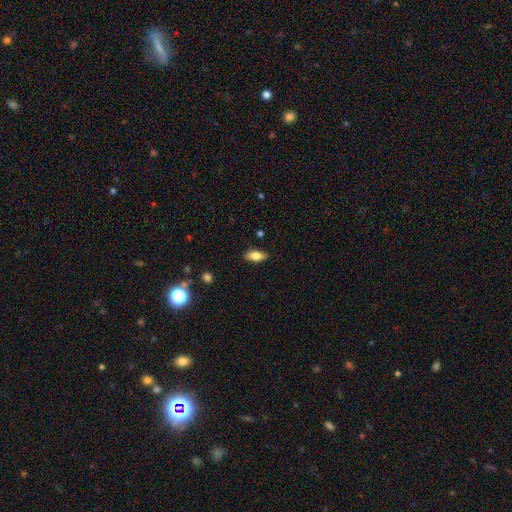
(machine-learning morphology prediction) Q: Smooth or featured?
A: smooth (68%); runner-up: featured or disk (24%)
Q: How rounded?
A: in between (81%); runner-up: cigar-shaped (16%)
Q: Merging?
A: none (87%); runner-up: minor disturbance (10%)